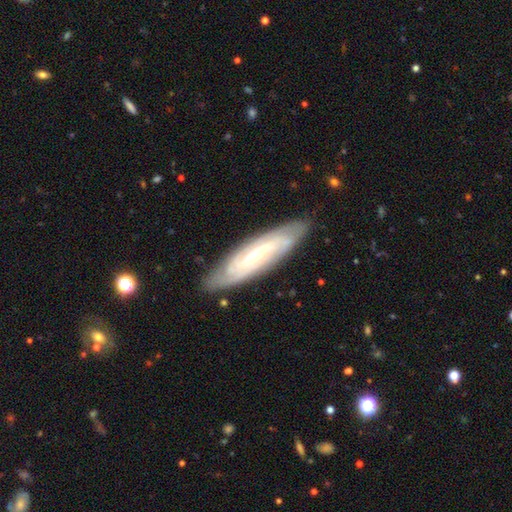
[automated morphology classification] A featured or disk galaxy (79%) with a weak bar (40%), tight (56%) spiral arms (90%) and a small central bulge (60%).

Vote fractions:
- Smooth or featured? featured or disk: 79% / smooth: 15% / star or artifact: 6%
- Edge-on disk? no: 76% / yes: 24%
- Bar? weak: 40% / no: 31% / strong: 29%
- Spiral arms? yes: 90% / no: 10%
- Spiral winding? tight: 56% / medium: 32% / loose: 12%
- Spiral arm count? can't tell: 40% / 2: 32% / 3: 12% / 4: 8% / more than 4: 4% / 1: 3%
- Bulge size? small: 60% / moderate: 36% / large: 2% / none: 1% / dominant: 1%
- Merging? none: 83% / minor disturbance: 13% / major disturbance: 3% / merger: 1%